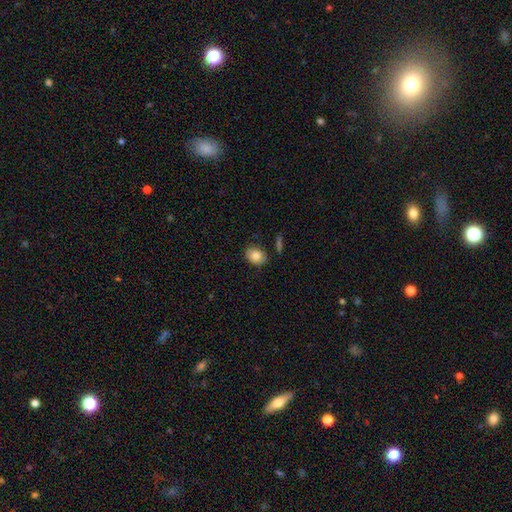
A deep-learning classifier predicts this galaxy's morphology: This is clearly a smooth galaxy (83%). How rounded: likely in between (73%). Merging: likely none (79%).